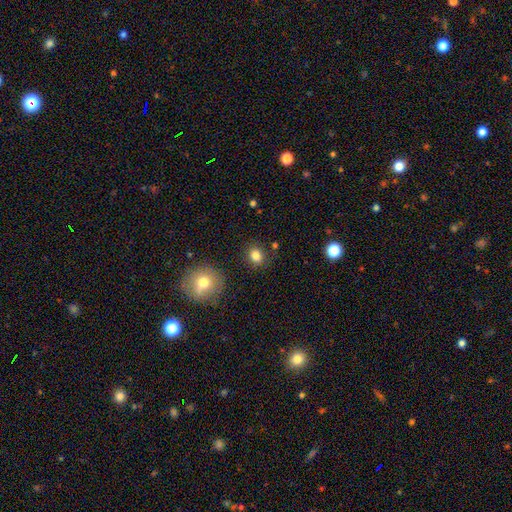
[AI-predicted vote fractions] Smooth or featured? smooth (83%)
How rounded? round (67%)
Merging? none (85%)